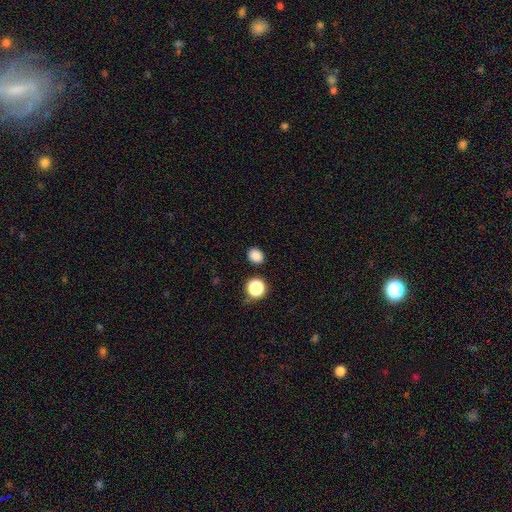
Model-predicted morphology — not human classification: The model was most divided on "how rounded": round: 67%, in between: 32%, cigar-shaped: 1%. More confident: merging — none (87%); smooth or featured — smooth (83%).